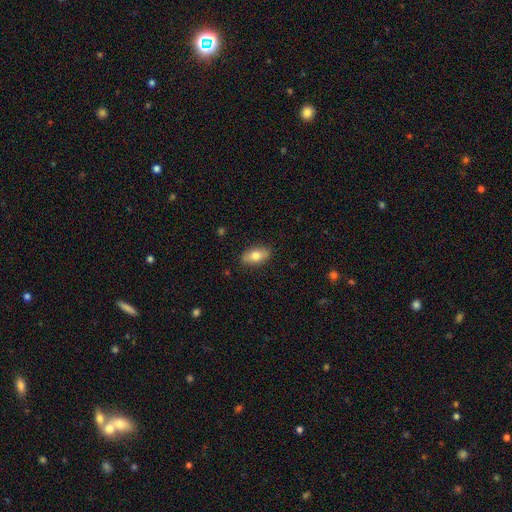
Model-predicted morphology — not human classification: Smooth or featured? Predicted: smooth (p=0.74). How rounded? Predicted: in between (p=0.88). Merging? Predicted: none (p=0.87).